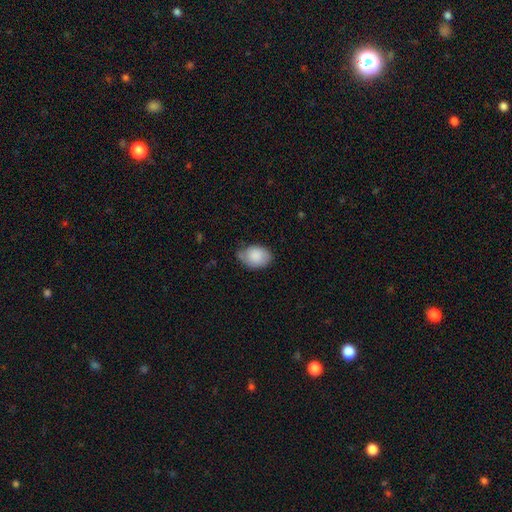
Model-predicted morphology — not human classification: Q: Smooth or featured?
A: smooth (85%); runner-up: featured or disk (9%)
Q: How rounded?
A: in between (81%); runner-up: round (18%)
Q: Merging?
A: none (58%); runner-up: minor disturbance (34%)